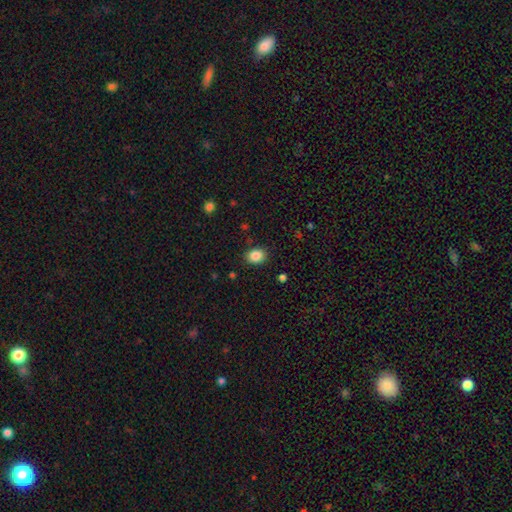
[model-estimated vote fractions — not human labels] Smooth or featured?
  - smooth: 86% *
  - star or artifact: 10%
  - featured or disk: 4%
How rounded?
  - in between: 50% *
  - round: 49%
  - cigar-shaped: 1%
Merging?
  - none: 87% *
  - minor disturbance: 9%
  - major disturbance: 3%
  - merger: 1%